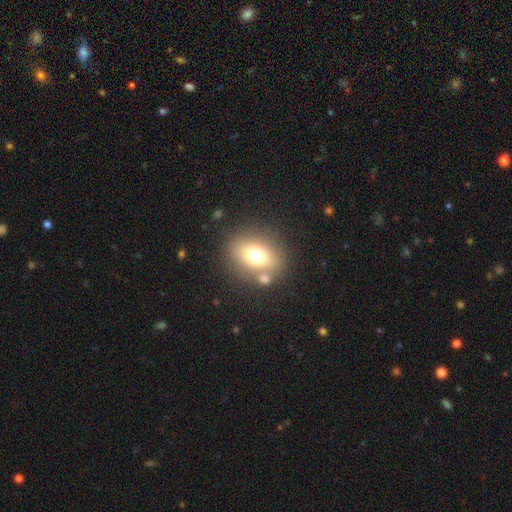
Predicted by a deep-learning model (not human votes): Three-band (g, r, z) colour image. It shows a smooth galaxy with no disk features (69%) that is in between round and cigar-shaped (55%). Merging: none (72%).